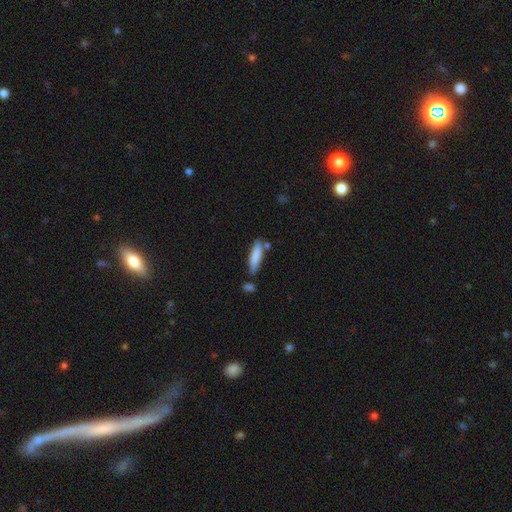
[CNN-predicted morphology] smooth 83%, featured or disk 11%, star or artifact 6%. Down the decision tree: how rounded — cigar-shaped (65%); merging — none (67%).